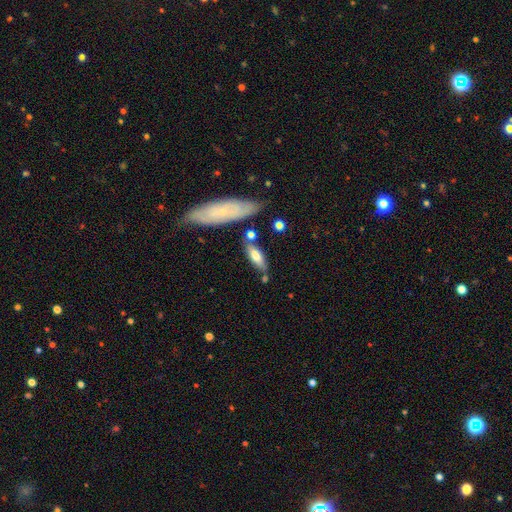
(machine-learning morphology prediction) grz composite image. It shows a smooth galaxy with no disk features (64%) that is in between round and cigar-shaped (57%). Merging: none (67%).